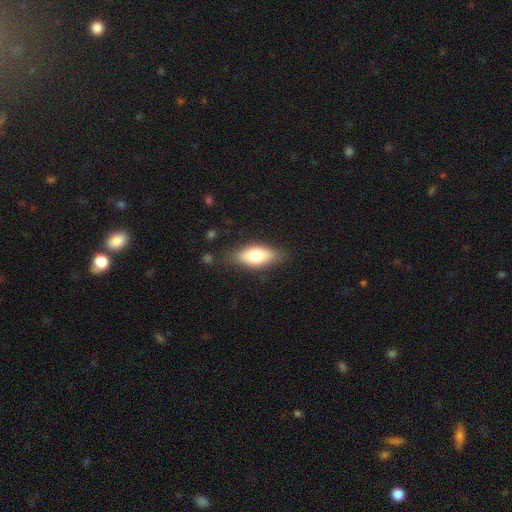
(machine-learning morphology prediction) The model was most divided on "smooth or featured": smooth: 68%, featured or disk: 25%, star or artifact: 7%. More confident: how rounded — in between (81%); merging — none (79%).